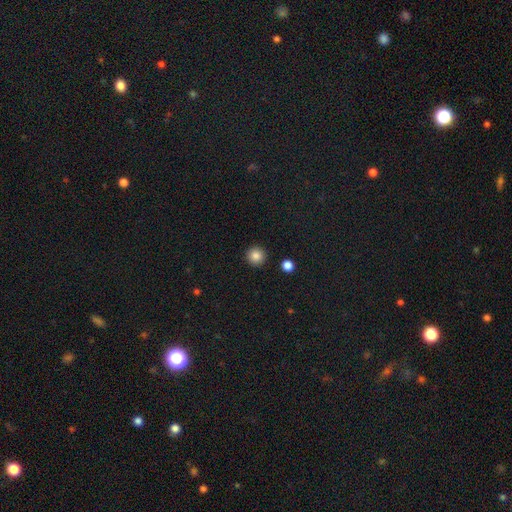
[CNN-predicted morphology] smooth-or-featured: smooth: 86% | star or artifact: 10% | featured or disk: 4%
  how-rounded: round: 96% | in between: 3% | cigar-shaped: 1%
  merging: none: 93% | minor disturbance: 4% | major disturbance: 2% | merger: 2%